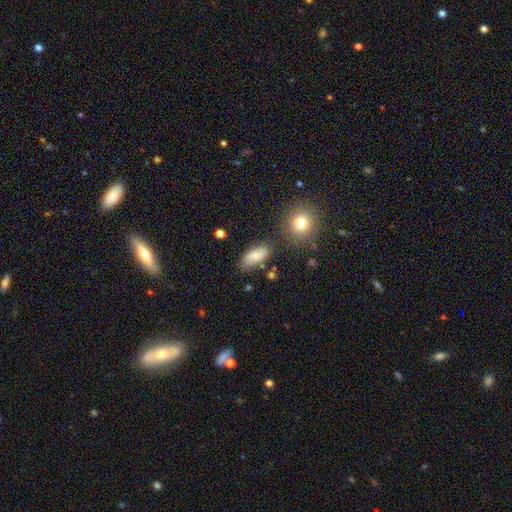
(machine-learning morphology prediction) type=smooth (66%); roundness=in between (86%); merging=none (74%).